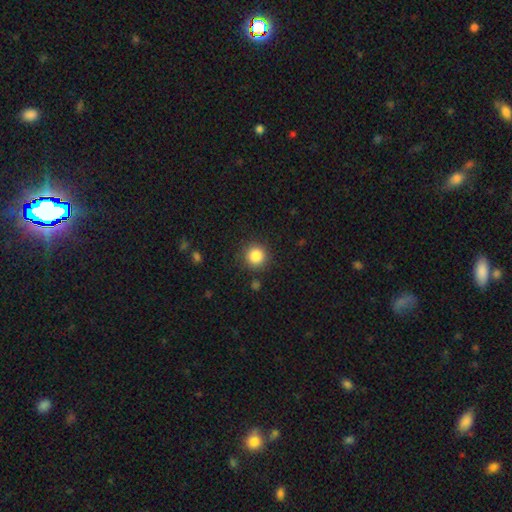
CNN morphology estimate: Q: Smooth or featured?
A: smooth (85%); runner-up: star or artifact (10%)
Q: How rounded?
A: round (94%); runner-up: in between (5%)
Q: Merging?
A: none (89%); runner-up: minor disturbance (7%)